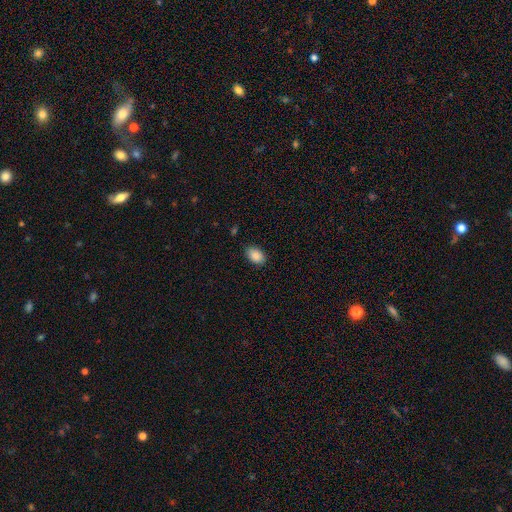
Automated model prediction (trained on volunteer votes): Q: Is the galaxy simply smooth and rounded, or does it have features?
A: smooth — 89%.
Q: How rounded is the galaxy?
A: in between — 85%.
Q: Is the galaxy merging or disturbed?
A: none — 86%.